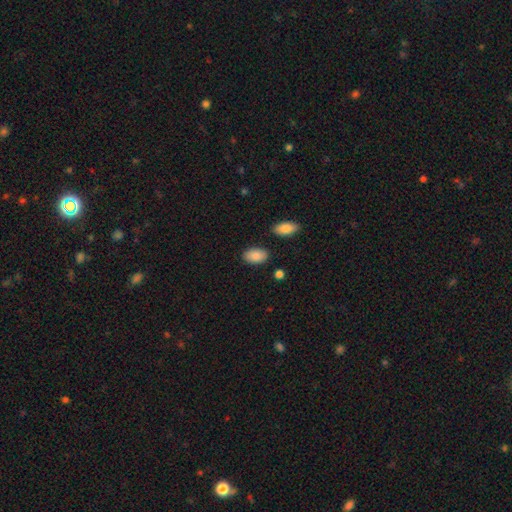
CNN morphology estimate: Smooth or featured: smooth — 88% (star or artifact — 7%)
How rounded: in between — 93% (round — 6%)
Merging: none — 85% (minor disturbance — 10%)